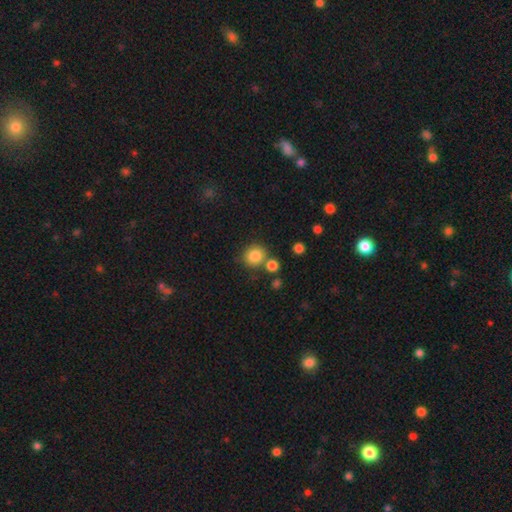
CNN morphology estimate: smooth-or-featured: smooth: 84% | star or artifact: 11% | featured or disk: 5%
  how-rounded: round: 86% | in between: 13% | cigar-shaped: 1%
  merging: none: 72% | merger: 15% | minor disturbance: 10% | major disturbance: 4%